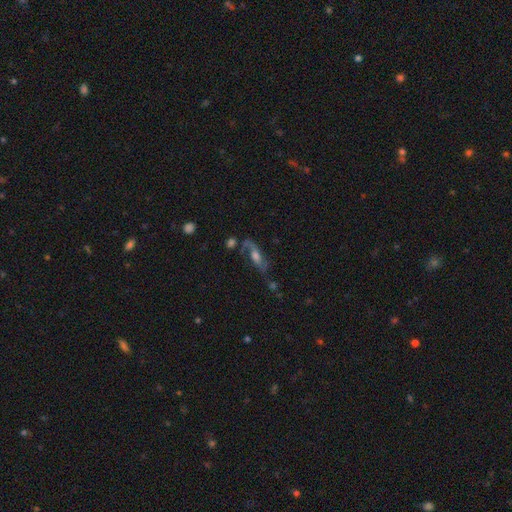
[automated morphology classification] Q: Smooth or featured?
A: featured or disk (64%); runner-up: smooth (25%)
Q: Edge-on disk?
A: no (72%); runner-up: yes (28%)
Q: Merging?
A: none (50%); runner-up: minor disturbance (20%)